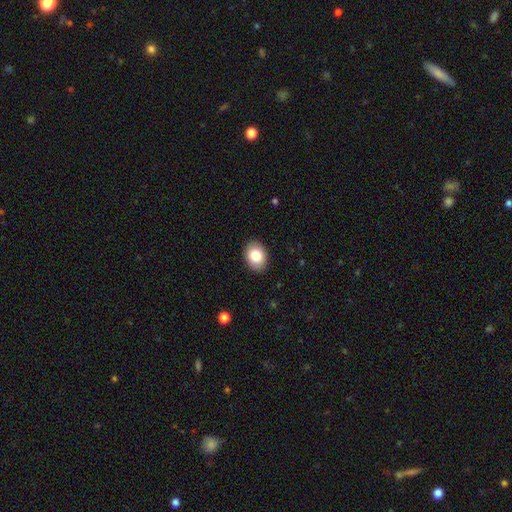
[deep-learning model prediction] A smooth galaxy with no disk features (85%) that is in between round and cigar-shaped (69%). Merging: none (89%).